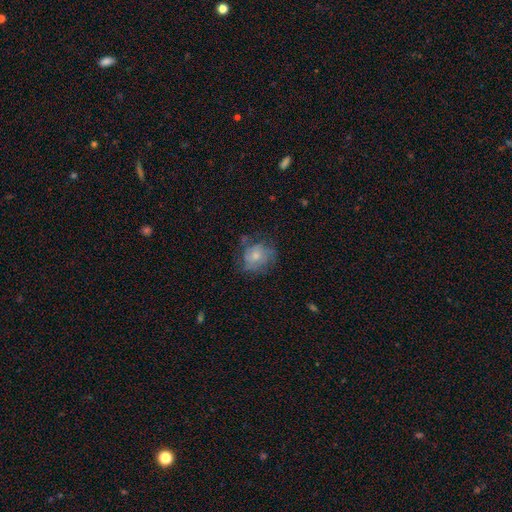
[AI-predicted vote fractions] Q: Smooth or featured?
A: smooth (52%); runner-up: featured or disk (39%)
Q: How rounded?
A: round (69%); runner-up: in between (30%)
Q: Merging?
A: none (53%); runner-up: minor disturbance (27%)